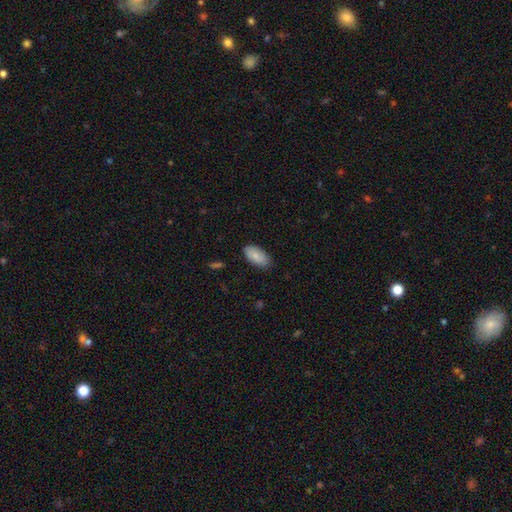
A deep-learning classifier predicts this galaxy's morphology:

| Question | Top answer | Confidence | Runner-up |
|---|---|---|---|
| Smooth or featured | smooth | 84% | featured or disk (10%) |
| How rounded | in between | 94% | cigar-shaped (4%) |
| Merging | none | 80% | minor disturbance (17%) |